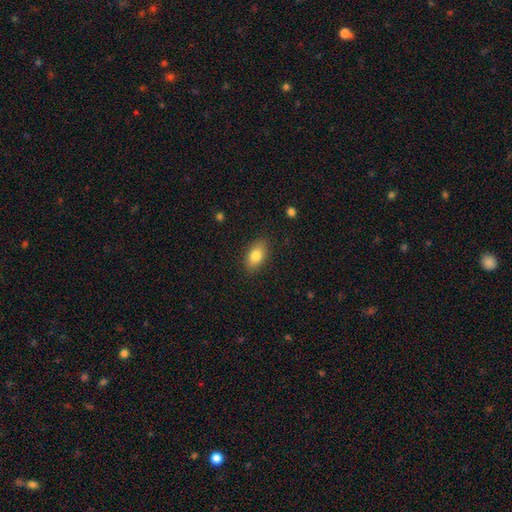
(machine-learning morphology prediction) A smooth galaxy with no disk features (81%) that is in between round and cigar-shaped (88%). Merging: none (86%).